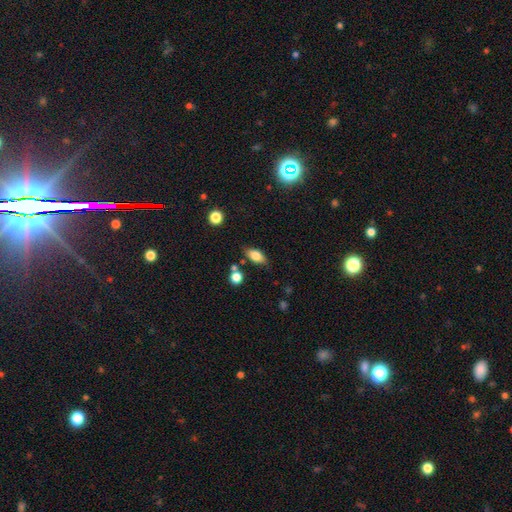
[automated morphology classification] A smooth galaxy with no disk features (76%) that is in between round and cigar-shaped (84%). Merging: none (77%).